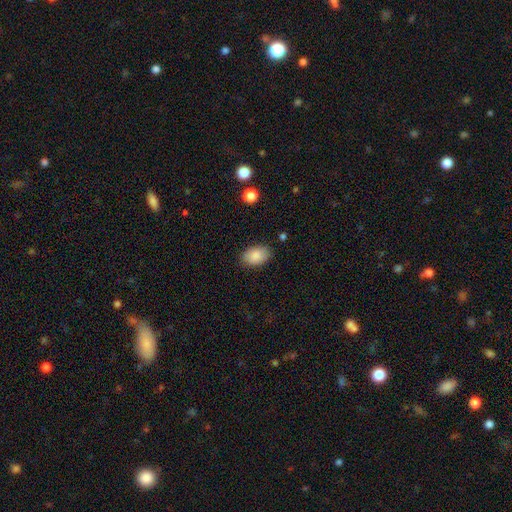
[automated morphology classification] smooth 88%, star or artifact 7%, featured or disk 5%. Down the decision tree: how rounded — in between (90%); merging — none (84%).